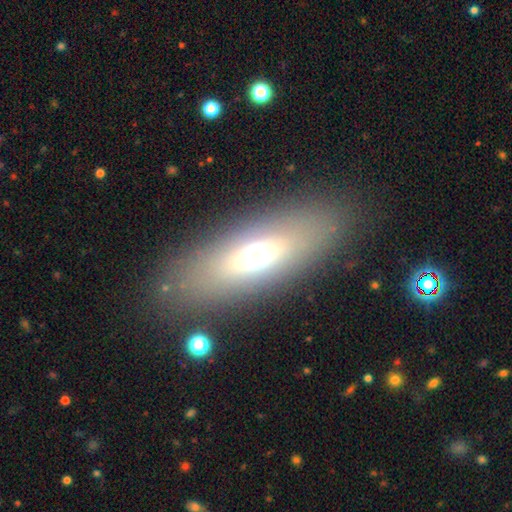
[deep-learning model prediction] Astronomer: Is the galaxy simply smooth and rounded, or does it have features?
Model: smooth — 57%.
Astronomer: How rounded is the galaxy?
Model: in between — 69%.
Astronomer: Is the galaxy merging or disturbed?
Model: none — 84%.